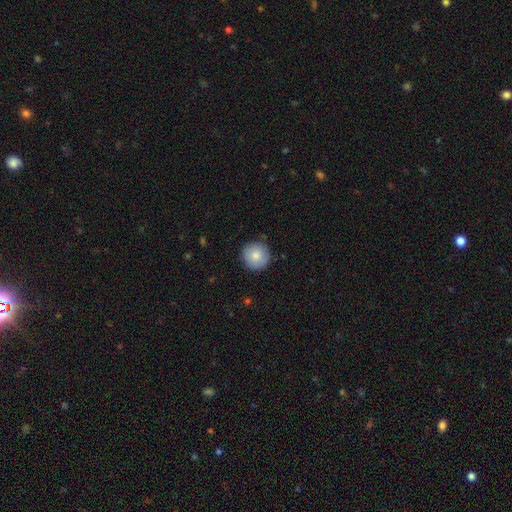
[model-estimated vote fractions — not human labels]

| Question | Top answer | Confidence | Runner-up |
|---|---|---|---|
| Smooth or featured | smooth | 82% | featured or disk (10%) |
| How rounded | round | 95% | in between (4%) |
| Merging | none | 87% | minor disturbance (10%) |